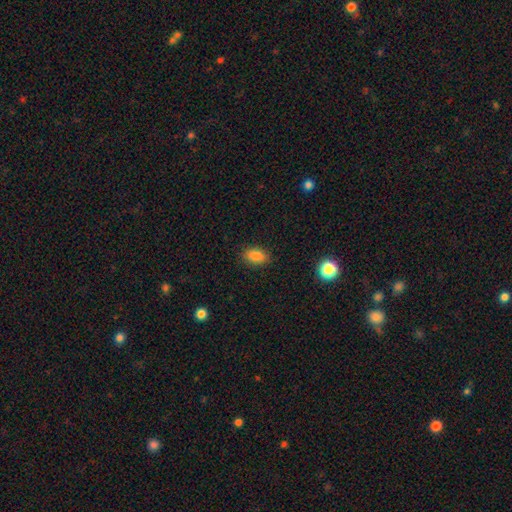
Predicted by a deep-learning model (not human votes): Smooth or featured? Predicted: smooth (p=0.87). How rounded? Predicted: in between (p=0.89). Merging? Predicted: none (p=0.87).